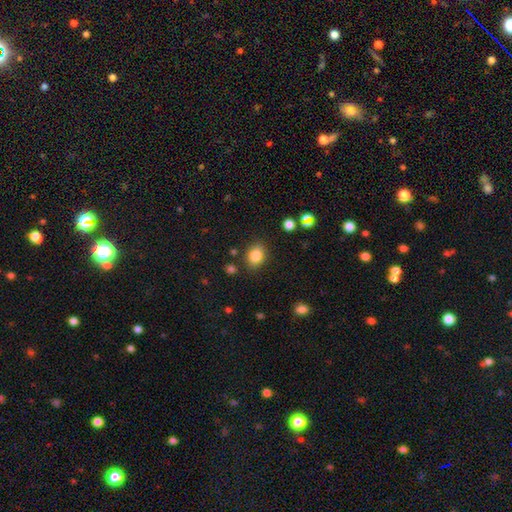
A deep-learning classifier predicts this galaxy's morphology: smooth 83%, star or artifact 10%, featured or disk 7%. Down the decision tree: how rounded — in between (61%); merging — none (83%).